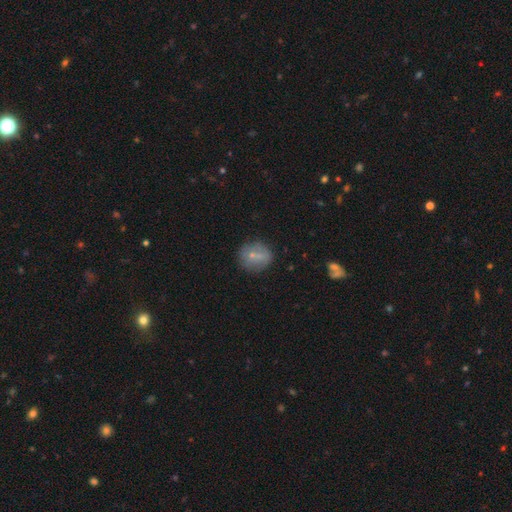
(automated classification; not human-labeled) Smooth or featured? Predicted: smooth (p=0.64). How rounded? Predicted: round (p=0.77). Merging? Predicted: none (p=0.69).